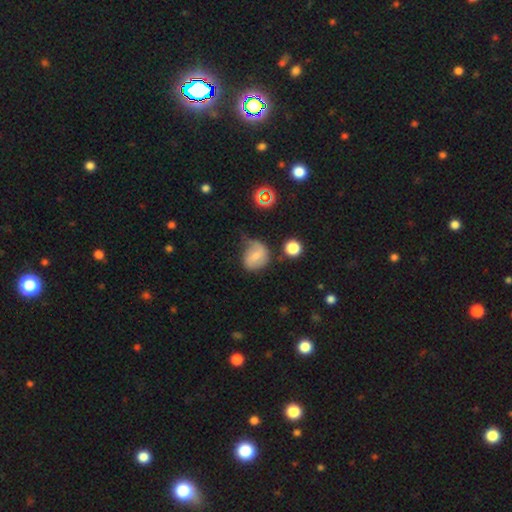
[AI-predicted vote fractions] A smooth galaxy with no disk features (55%) that is round (65%).

Vote fractions:
- Smooth or featured? smooth: 55% / featured or disk: 34% / star or artifact: 11%
- How rounded? round: 65% / in between: 34% / cigar-shaped: 1%
- Merging? none: 36% (tied) / minor disturbance: 36% (tied) / major disturbance: 23% / merger: 5%